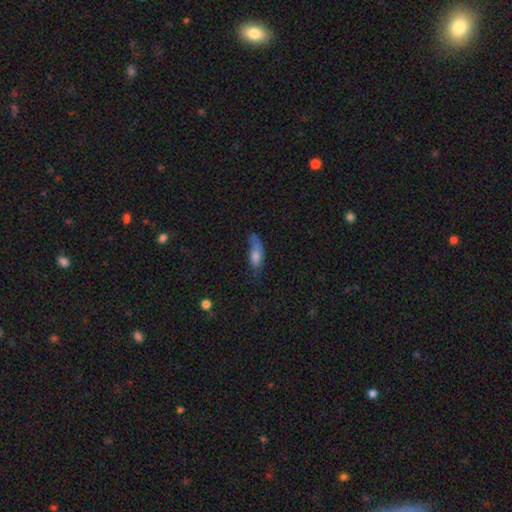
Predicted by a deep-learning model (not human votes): A smooth galaxy with no disk features (66%) that is in between round and cigar-shaped (64%).

Vote fractions:
- Smooth or featured? smooth: 66% / featured or disk: 25% / star or artifact: 10%
- How rounded? in between: 64% / cigar-shaped: 31% / round: 4%
- Merging? none: 40% / minor disturbance: 32% / major disturbance: 23% / merger: 4%